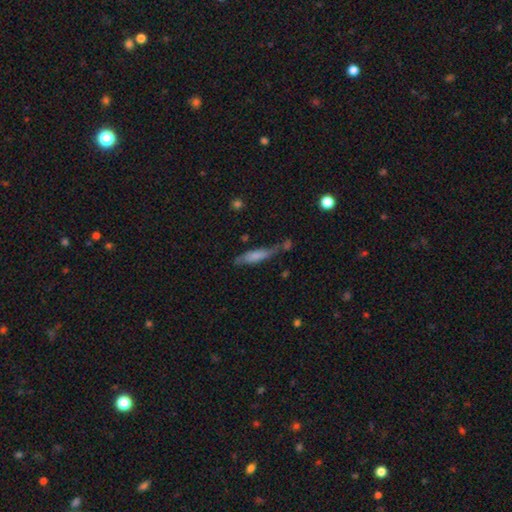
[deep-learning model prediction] Smooth or featured: smooth — 64% (featured or disk — 28%)
How rounded: cigar-shaped — 73% (in between — 25%)
Merging: none — 46% (minor disturbance — 28%)